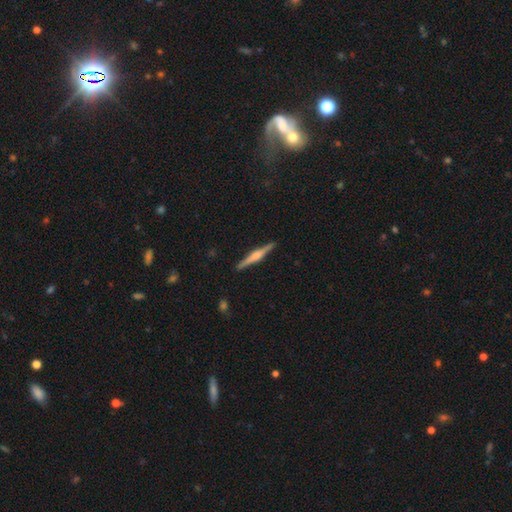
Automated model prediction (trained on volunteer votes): Morphology: type=featured or disk (72%); edge-on=yes (98%); edge-on bulge=rounded (71%); merging=none (91%).